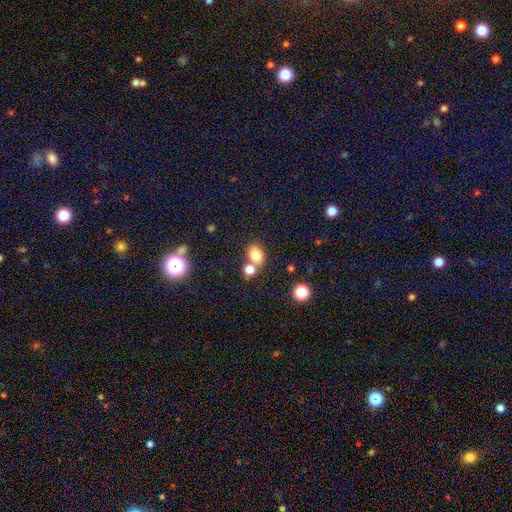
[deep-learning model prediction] Smooth or featured? Predicted: smooth (p=0.80). How rounded? Predicted: in between (p=0.66). Merging? Predicted: none (p=0.54).